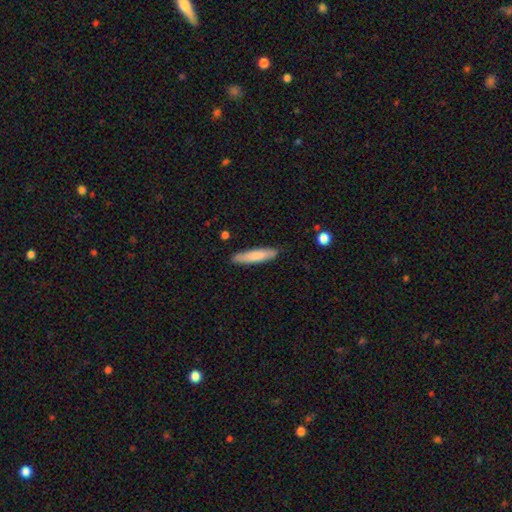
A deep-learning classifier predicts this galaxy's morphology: The model was most divided on "smooth or featured": smooth: 78%, featured or disk: 16%, star or artifact: 6%. More confident: merging — none (85%); how rounded — cigar-shaped (84%).